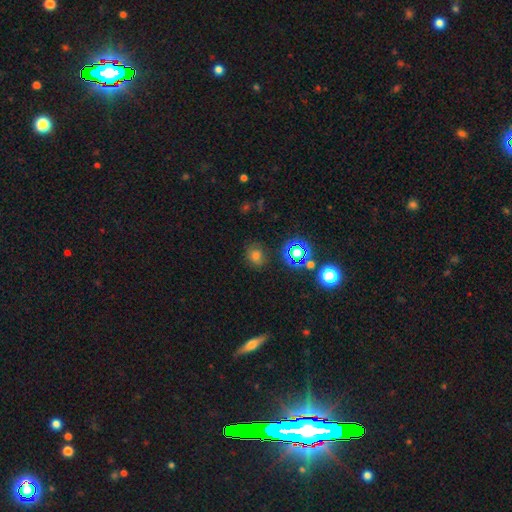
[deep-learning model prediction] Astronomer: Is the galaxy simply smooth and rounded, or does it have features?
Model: smooth — 65%.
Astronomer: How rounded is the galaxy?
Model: round — 70%.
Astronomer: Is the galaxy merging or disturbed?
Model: none — 79%.